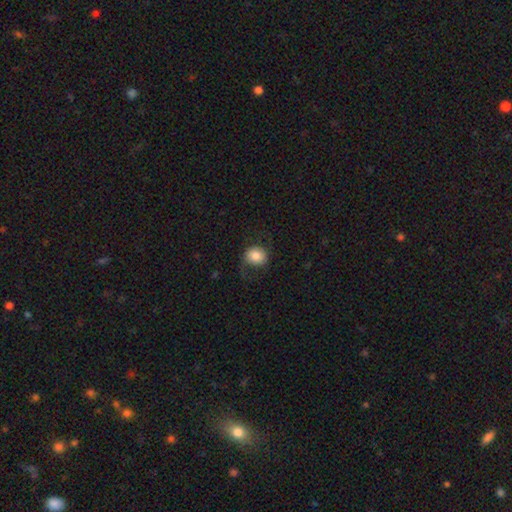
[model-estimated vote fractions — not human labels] smooth 71%, featured or disk 21%, star or artifact 8%. Down the decision tree: how rounded — round (72%); merging — none (63%).